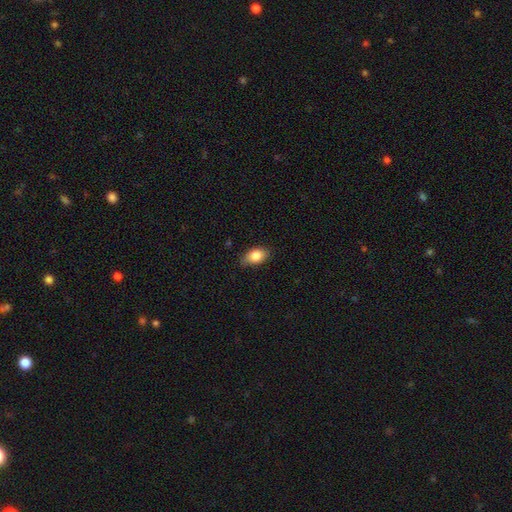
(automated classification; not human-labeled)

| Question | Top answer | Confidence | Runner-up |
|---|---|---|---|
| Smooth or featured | smooth | 83% | featured or disk (9%) |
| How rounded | in between | 88% | round (9%) |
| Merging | none | 78% | minor disturbance (18%) |